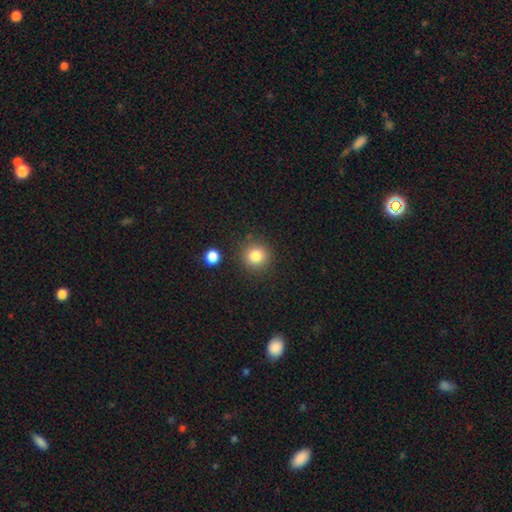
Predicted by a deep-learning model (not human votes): Morphology: type=smooth (83%); roundness=round (91%); merging=none (86%).